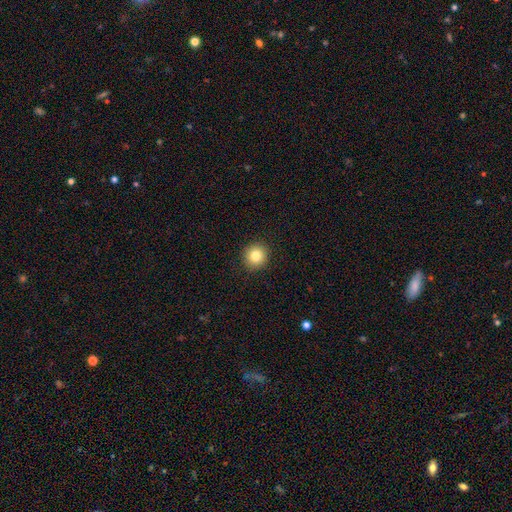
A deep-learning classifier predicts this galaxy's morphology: Smooth or featured? smooth (82%)
How rounded? round (92%)
Merging? none (93%)